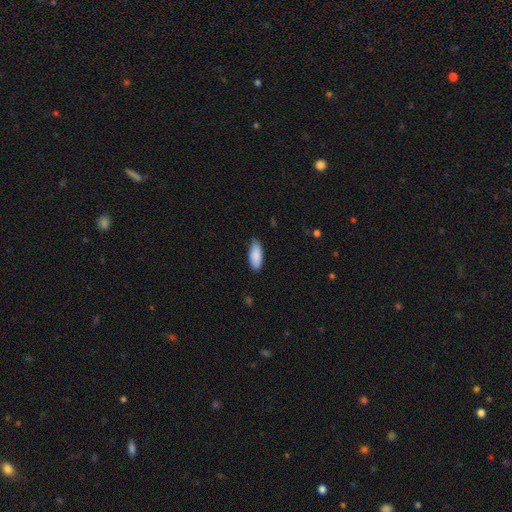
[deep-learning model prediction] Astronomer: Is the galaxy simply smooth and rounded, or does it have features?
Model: smooth — 89%.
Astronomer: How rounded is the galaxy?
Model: in between — 84%.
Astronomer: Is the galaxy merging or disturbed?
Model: none — 78%.